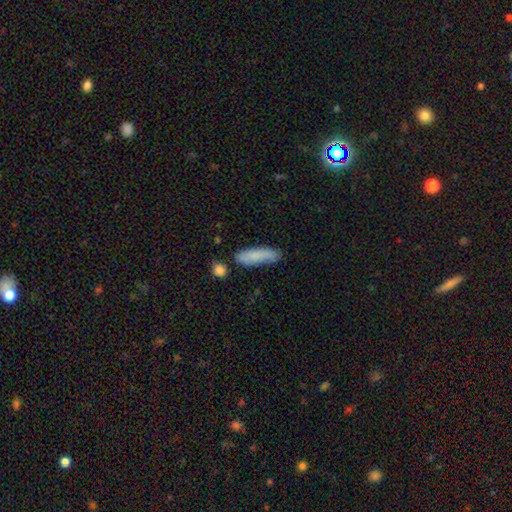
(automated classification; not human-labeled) smooth 82%, featured or disk 11%, star or artifact 6%. Down the decision tree: how rounded — cigar-shaped (68%); merging — none (72%).